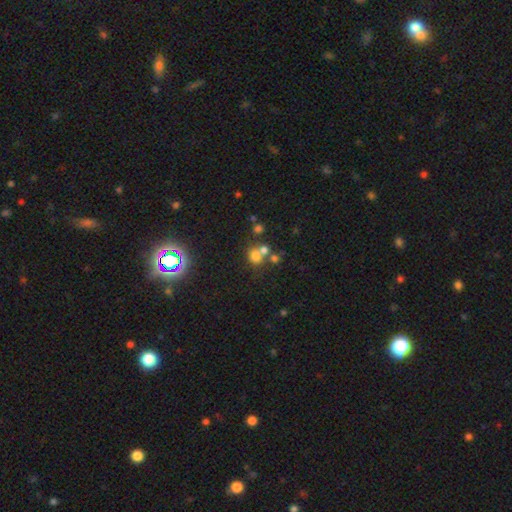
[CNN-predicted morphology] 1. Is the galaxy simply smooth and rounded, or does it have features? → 66% smooth, 21% star or artifact, 14% featured or disk.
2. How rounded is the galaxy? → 80% round, 19% in between, 1% cigar-shaped.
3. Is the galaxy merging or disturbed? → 46% none, 41% merger, 8% minor disturbance, 4% major disturbance.